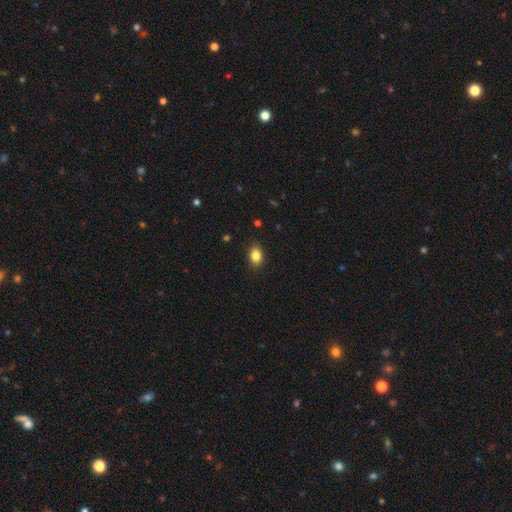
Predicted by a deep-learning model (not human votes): Morphology: type=smooth (84%); roundness=in between (68%); merging=none (88%).